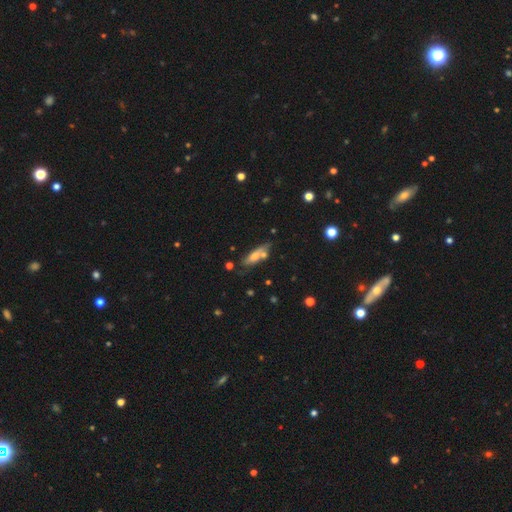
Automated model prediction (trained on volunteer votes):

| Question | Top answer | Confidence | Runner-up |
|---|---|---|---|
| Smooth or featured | smooth | 53% | featured or disk (38%) |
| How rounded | in between | 50% | cigar-shaped (47%) |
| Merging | none | 55% | minor disturbance (20%) |